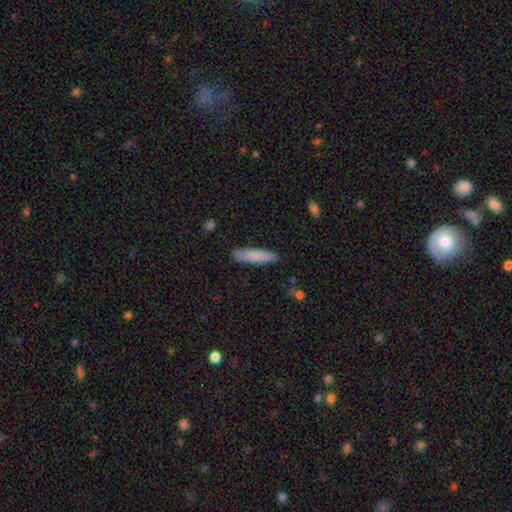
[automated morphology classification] Overall: smooth (79%). How rounded: cigar-shaped (88%). Merging: none (89%).